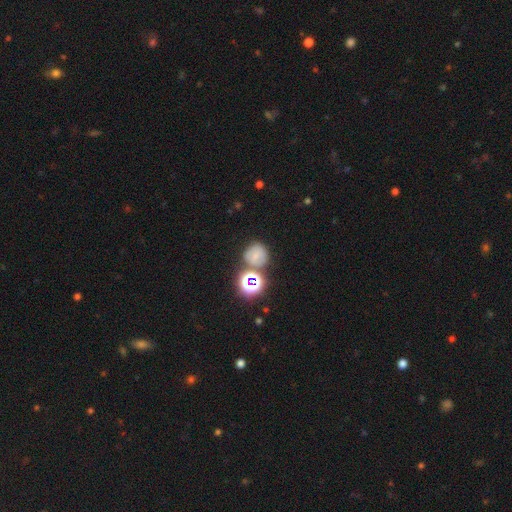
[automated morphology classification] smooth-or-featured: smooth: 55% | star or artifact: 26% | featured or disk: 18%
  how-rounded: round: 84% | in between: 15% | cigar-shaped: 1%
  merging: none: 66% | merger: 15% | minor disturbance: 14% | major disturbance: 5%